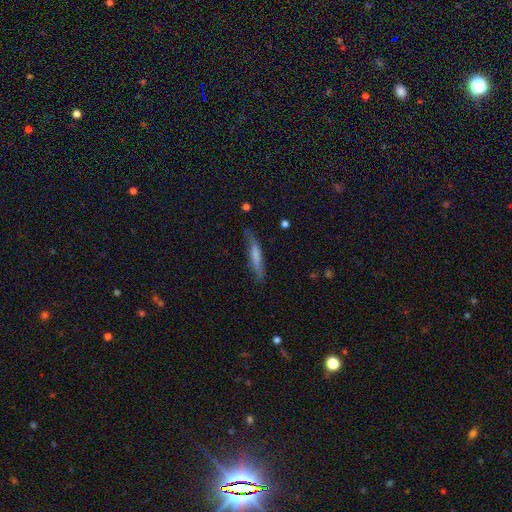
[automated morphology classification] smooth-or-featured: smooth: 63% | featured or disk: 31% | star or artifact: 6%
  how-rounded: cigar-shaped: 91% | in between: 8% | round: 1%
  merging: none: 72% | minor disturbance: 21% | major disturbance: 5% | merger: 2%